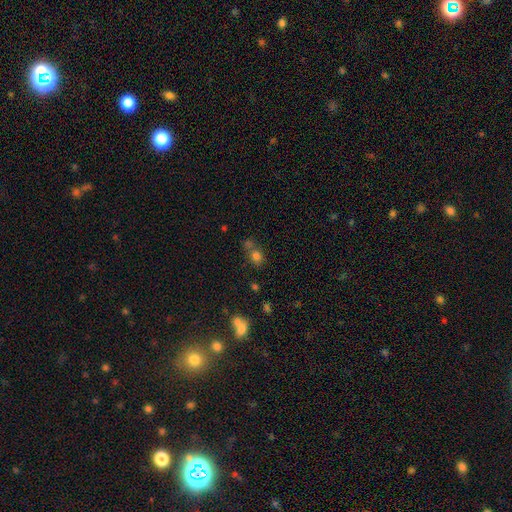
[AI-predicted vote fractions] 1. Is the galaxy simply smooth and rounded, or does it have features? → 74% smooth, 17% star or artifact, 9% featured or disk.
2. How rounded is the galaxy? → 66% round, 32% in between, 1% cigar-shaped.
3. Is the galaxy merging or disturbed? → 47% none, 36% merger, 12% minor disturbance, 6% major disturbance.